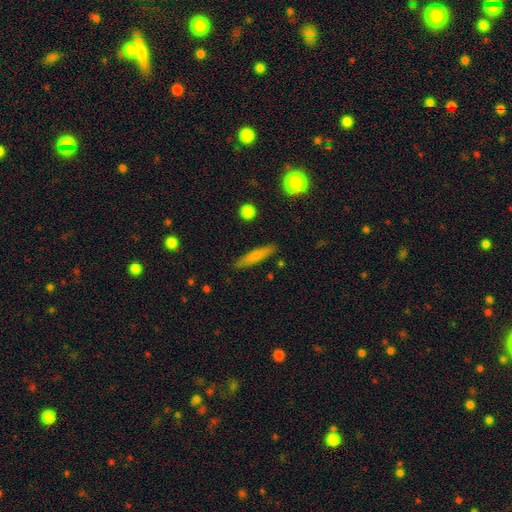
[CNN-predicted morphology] Overall: smooth (71%). How rounded: cigar-shaped (85%). Merging: none (87%).